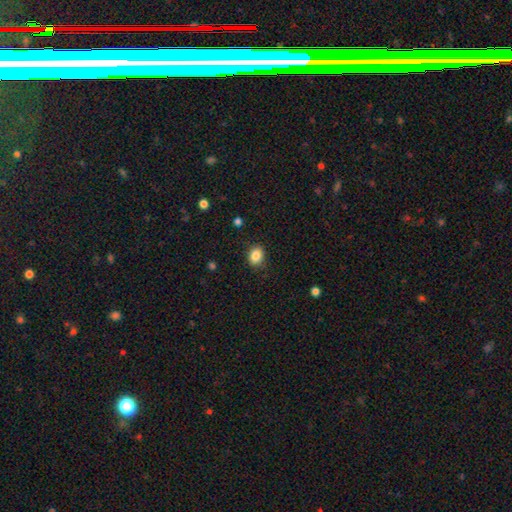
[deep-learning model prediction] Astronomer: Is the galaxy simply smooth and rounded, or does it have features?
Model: smooth — 86%.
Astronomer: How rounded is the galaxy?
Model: in between — 52% (runner-up: round, 47%).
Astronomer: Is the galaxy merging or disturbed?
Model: none — 87%.